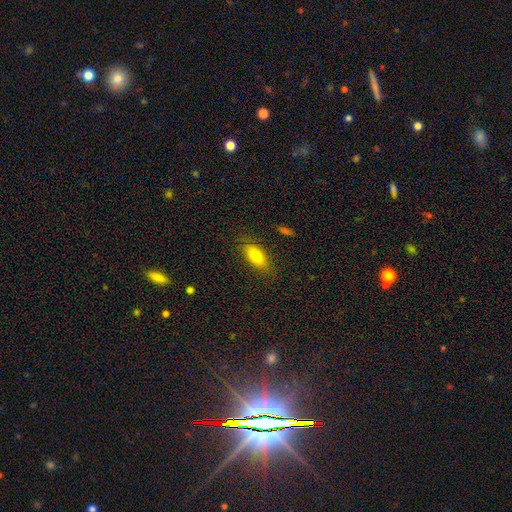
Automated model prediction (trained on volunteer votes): smooth-or-featured: smooth: 76% | featured or disk: 16% | star or artifact: 8%
  how-rounded: in between: 83% | cigar-shaped: 12% | round: 4%
  merging: none: 80% | minor disturbance: 14% | major disturbance: 4% | merger: 1%